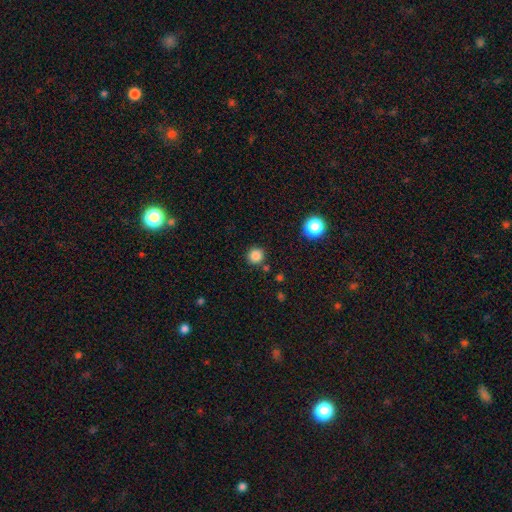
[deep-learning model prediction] Smooth or featured? Predicted: smooth (p=0.84). How rounded? Predicted: round (p=0.94). Merging? Predicted: none (p=0.87).